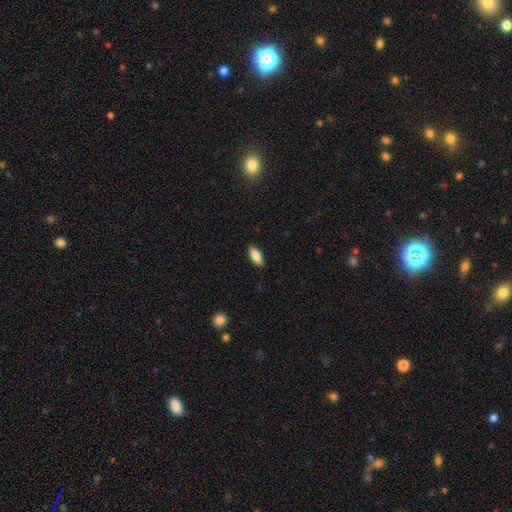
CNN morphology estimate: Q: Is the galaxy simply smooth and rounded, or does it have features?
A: smooth — 83%.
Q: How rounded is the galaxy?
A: in between — 80%.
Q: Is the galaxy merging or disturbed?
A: none — 87%.